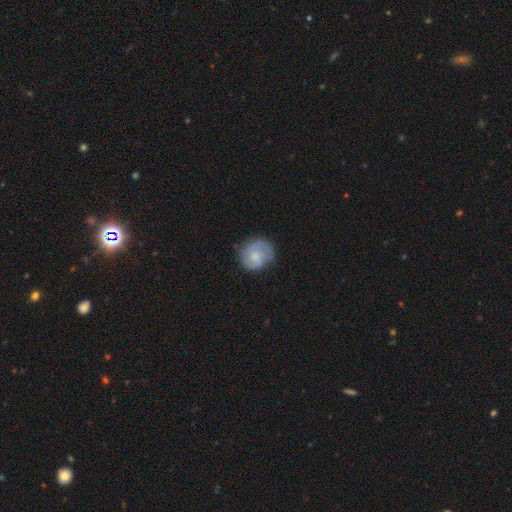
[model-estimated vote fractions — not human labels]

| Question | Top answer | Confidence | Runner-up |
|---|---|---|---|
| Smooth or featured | smooth | 55% | featured or disk (38%) |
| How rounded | round | 76% | in between (23%) |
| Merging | none | 64% | minor disturbance (25%) |